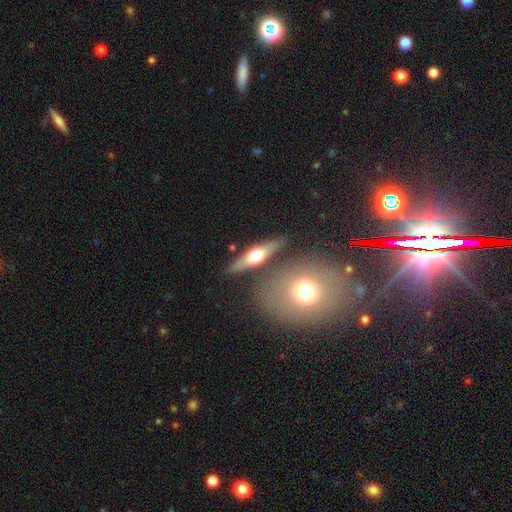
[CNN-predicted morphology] This is possibly a featured or disk galaxy (54%). It is clearly viewed edge-on (87%). Merging: likely none (78%).